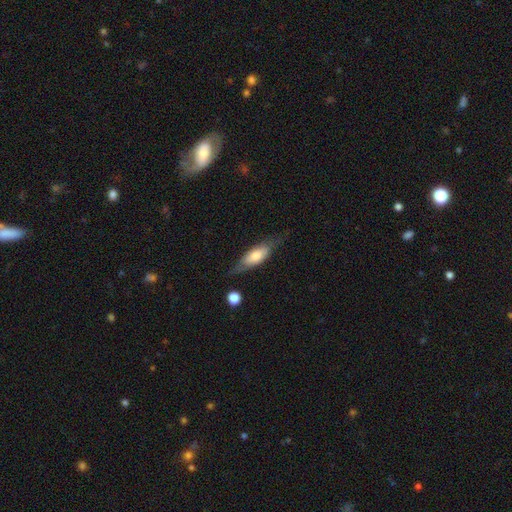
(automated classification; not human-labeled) smooth_or_featured: smooth (p=0.56) [alt: featured or disk p=0.38]
how_rounded: in between (p=0.60) [alt: cigar-shaped p=0.37]
merging: none (p=0.65) [alt: minor disturbance p=0.24]